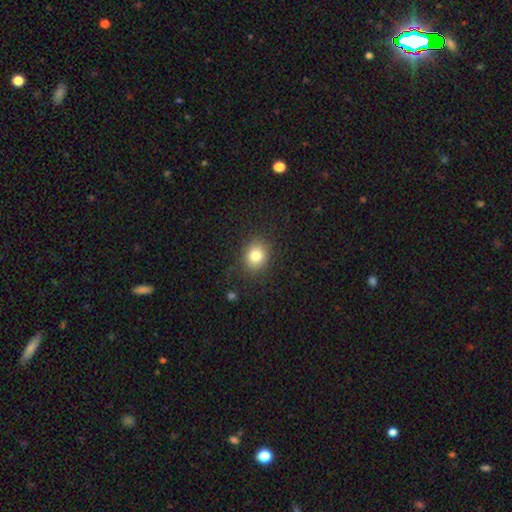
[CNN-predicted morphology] Smooth or featured? Predicted: smooth (p=0.81). How rounded? Predicted: round (p=0.66). Merging? Predicted: none (p=0.85).